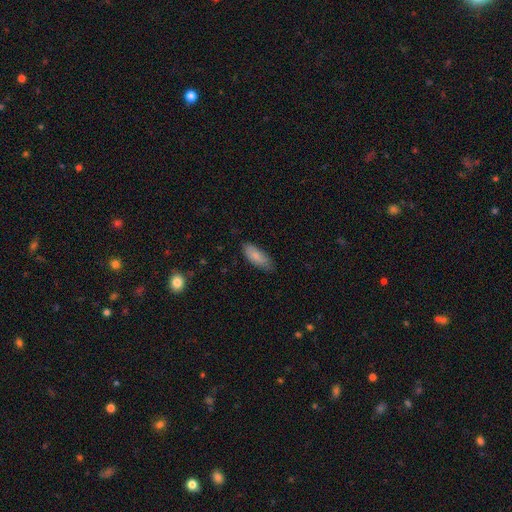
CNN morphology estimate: Smooth or featured: smooth — 84% (featured or disk — 10%)
How rounded: in between — 80% (cigar-shaped — 19%)
Merging: none — 75% (minor disturbance — 20%)